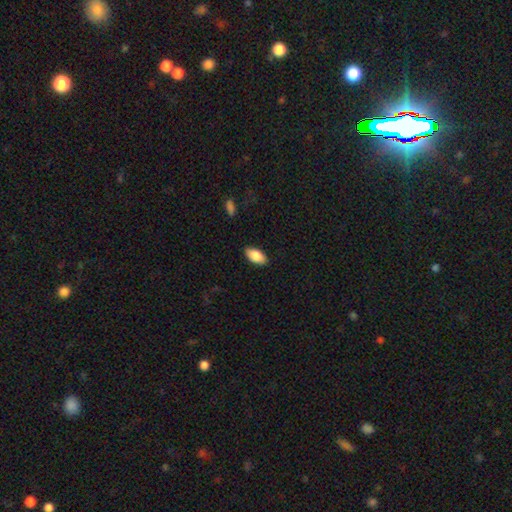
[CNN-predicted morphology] This appears to be a smooth galaxy with no disk features (87%) that is in between round and cigar-shaped (93%). Merging: none (86%).